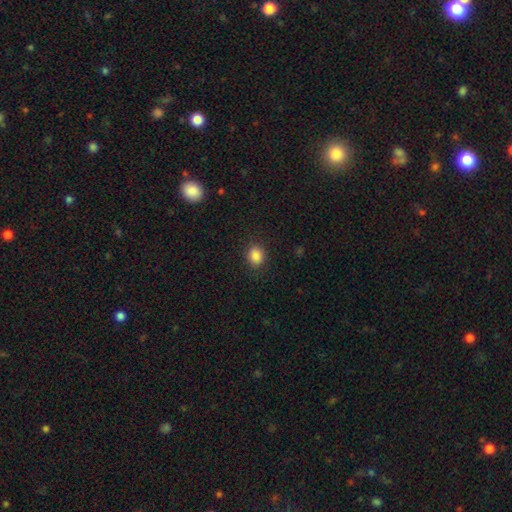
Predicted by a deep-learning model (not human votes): This is clearly a smooth galaxy (86%). How rounded: likely round (61%). Merging: clearly none (87%).